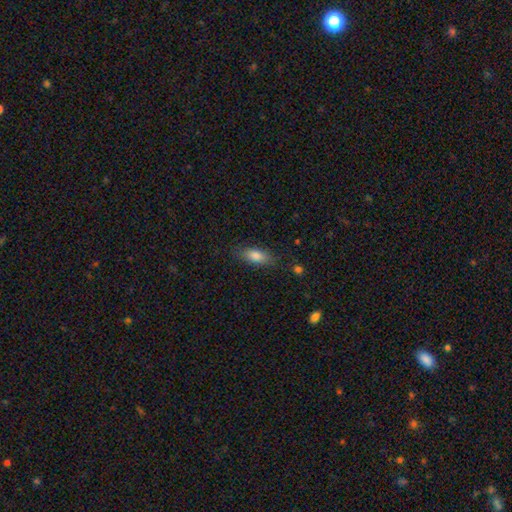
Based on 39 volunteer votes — smooth 92%, featured or disk 8%, star or artifact 0%. Down the decision tree: how rounded — in between (61%); merging — none (97%).